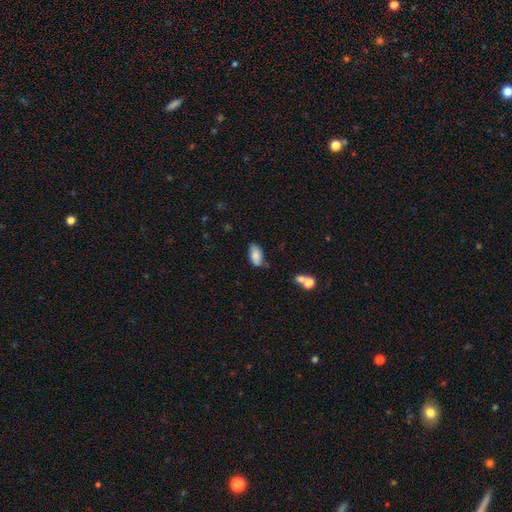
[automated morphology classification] Smooth or featured?
  - smooth: 83% *
  - featured or disk: 10%
  - star or artifact: 7%
How rounded?
  - in between: 93% *
  - cigar-shaped: 4%
  - round: 3%
Merging?
  - none: 74% *
  - minor disturbance: 19%
  - major disturbance: 4%
  - merger: 3%